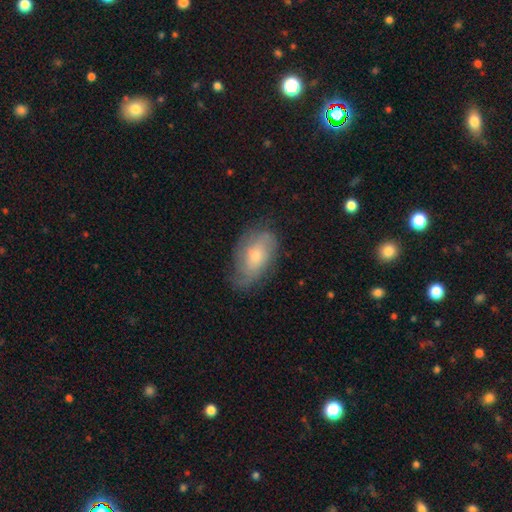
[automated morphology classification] The model was most divided on "bulge size": small: 47%, moderate: 42%, large: 6%, none: 4%, dominant: 1%. More confident: edge-on disk — no (94%); spiral arms — yes (82%); bar — no (76%); merging — none (66%); smooth or featured — featured or disk (54%).